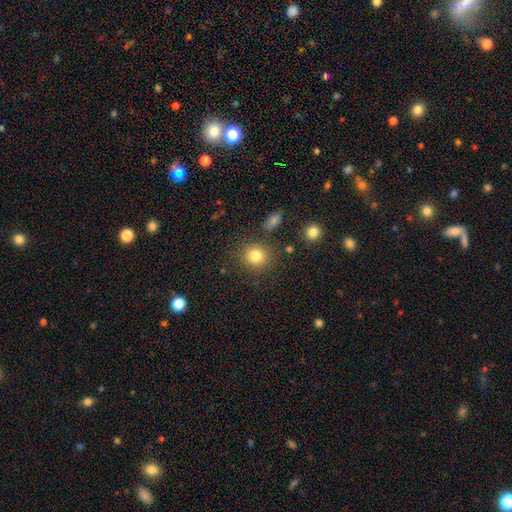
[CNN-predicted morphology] The model was most divided on "smooth or featured": smooth: 82%, star or artifact: 11%, featured or disk: 7%. More confident: how rounded — round (86%); merging — none (83%).